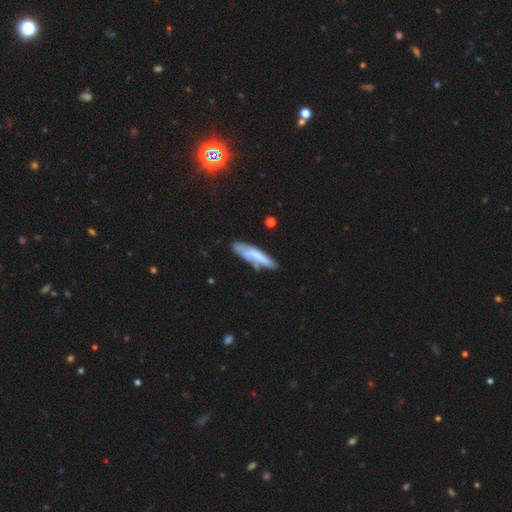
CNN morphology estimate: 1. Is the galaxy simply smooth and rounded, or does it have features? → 55% smooth, 38% featured or disk, 7% star or artifact.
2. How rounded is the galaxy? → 74% cigar-shaped, 24% in between, 2% round.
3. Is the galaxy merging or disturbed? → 56% none, 27% minor disturbance, 9% major disturbance, 8% merger.